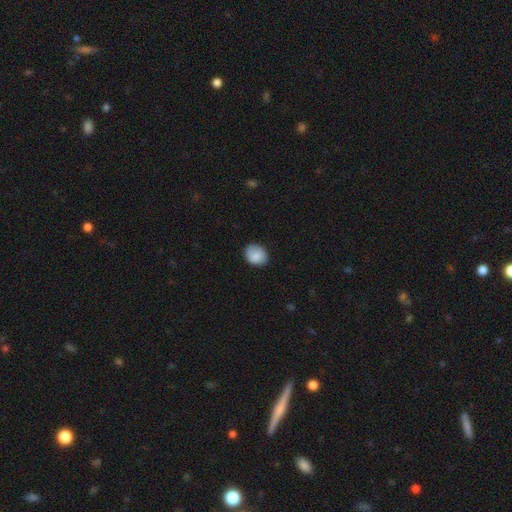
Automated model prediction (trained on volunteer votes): Morphology: type=smooth (83%); roundness=round (55%); merging=none (80%).